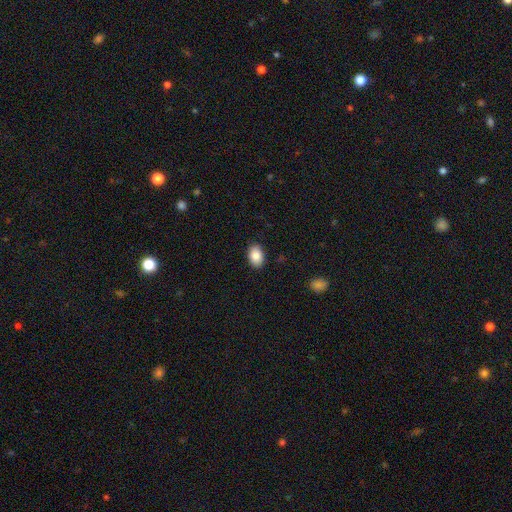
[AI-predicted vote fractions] smooth_or_featured: smooth (p=0.86) [alt: star or artifact p=0.07]
how_rounded: in between (p=0.88) [alt: round p=0.11]
merging: none (p=0.89) [alt: minor disturbance p=0.08]